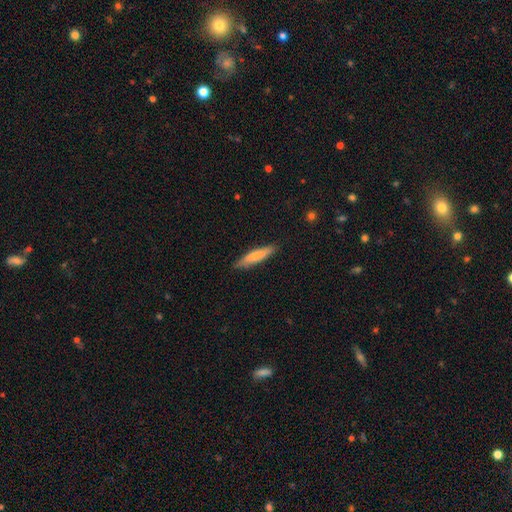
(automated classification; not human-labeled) This is likely a smooth galaxy (71%). How rounded: clearly cigar-shaped (84%). Merging: clearly none (87%).